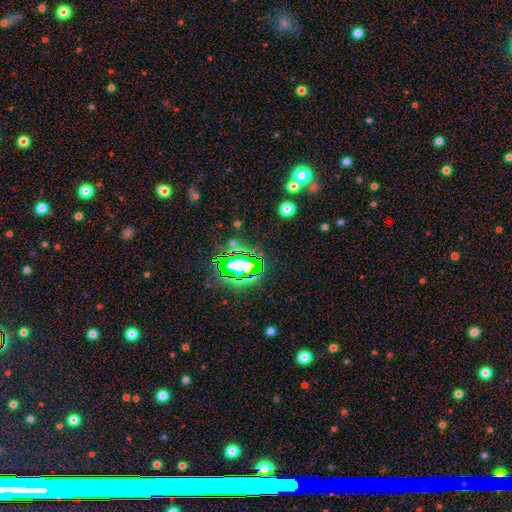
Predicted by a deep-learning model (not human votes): Smooth or featured? star or artifact (75%)